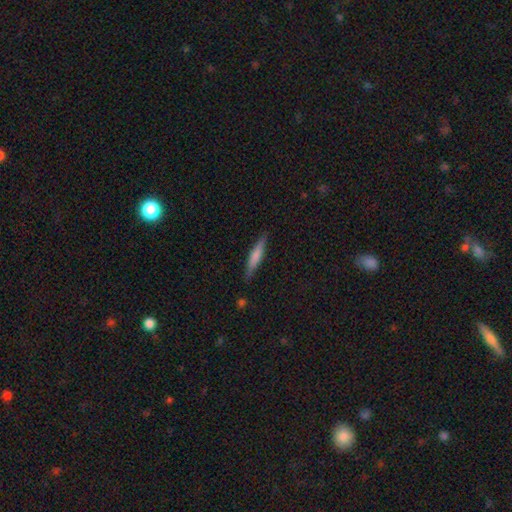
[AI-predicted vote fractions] Smooth or featured? smooth (64%)
How rounded? cigar-shaped (88%)
Merging? none (86%)